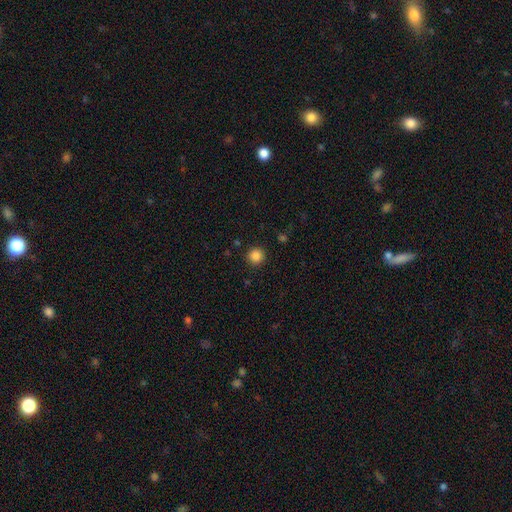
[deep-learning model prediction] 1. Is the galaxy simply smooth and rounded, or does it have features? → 86% smooth, 11% star or artifact, 4% featured or disk.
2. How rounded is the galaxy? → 95% round, 4% in between, 1% cigar-shaped.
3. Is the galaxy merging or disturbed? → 92% none, 5% minor disturbance, 2% major disturbance, 1% merger.